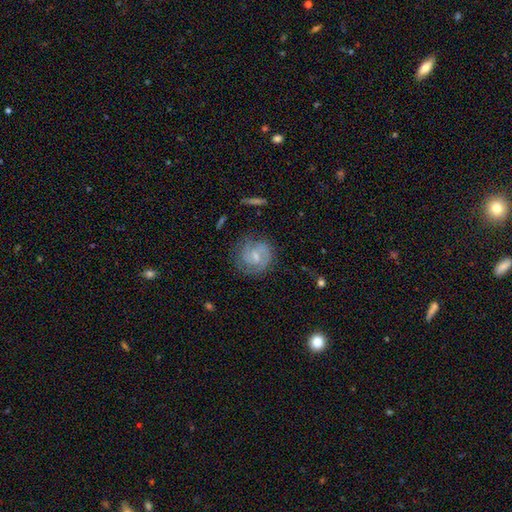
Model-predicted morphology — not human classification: Smooth or featured? Predicted: featured or disk (p=0.66). Edge-on disk? Predicted: no (p=0.97). Bar? Predicted: weak (p=0.52). Spiral arms? Predicted: yes (p=0.87). Spiral winding? Predicted: tight (p=0.48). Spiral arm count? Predicted: 2 (p=0.53). Bulge size? Predicted: small (p=0.53). Merging? Predicted: none (p=0.69).